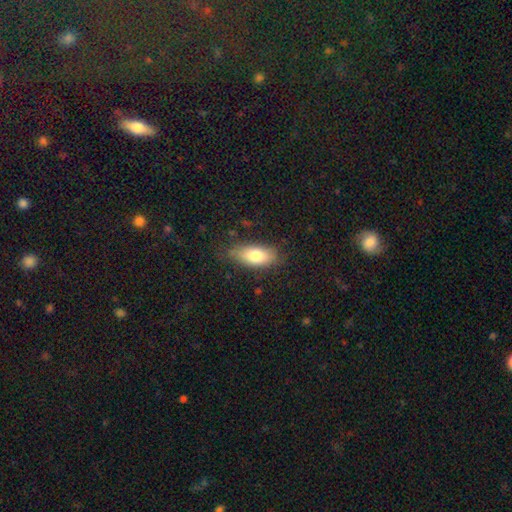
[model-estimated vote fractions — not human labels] A smooth galaxy with no disk features (76%) that is in between round and cigar-shaped (83%). Merging: none (73%).